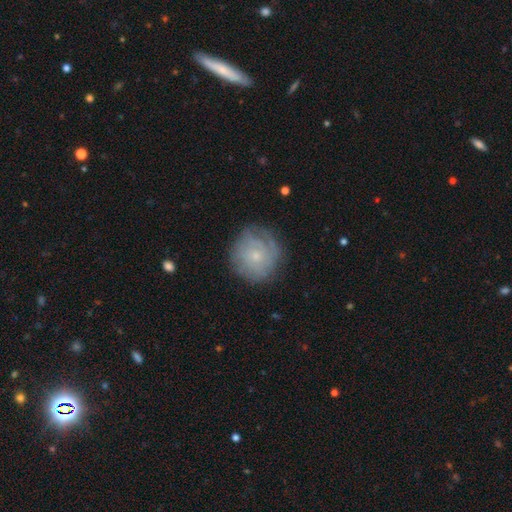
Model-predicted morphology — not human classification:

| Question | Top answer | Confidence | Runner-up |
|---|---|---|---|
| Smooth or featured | featured or disk | 50% | smooth (42%) |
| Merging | none | 74% | minor disturbance (18%) |